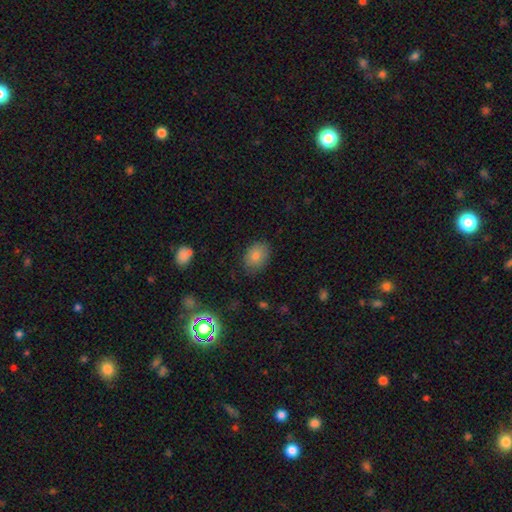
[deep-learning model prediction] A smooth galaxy with no disk features (75%) that is in between round and cigar-shaped (66%).

Vote fractions:
- Smooth or featured? smooth: 75% / star or artifact: 13% / featured or disk: 12%
- How rounded? in between: 66% / round: 33% / cigar-shaped: 1%
- Merging? none: 81% / minor disturbance: 14% / major disturbance: 3% / merger: 1%